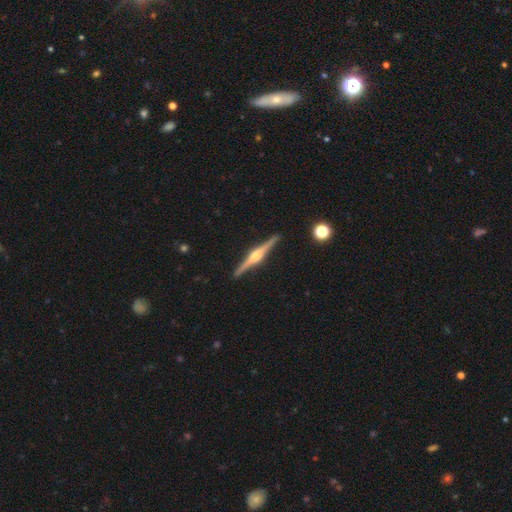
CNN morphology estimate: This is clearly a featured or disk galaxy (87%). It is clearly viewed edge-on (99%). Edge-on bulge: clearly rounded (93%). Merging: clearly none (92%).